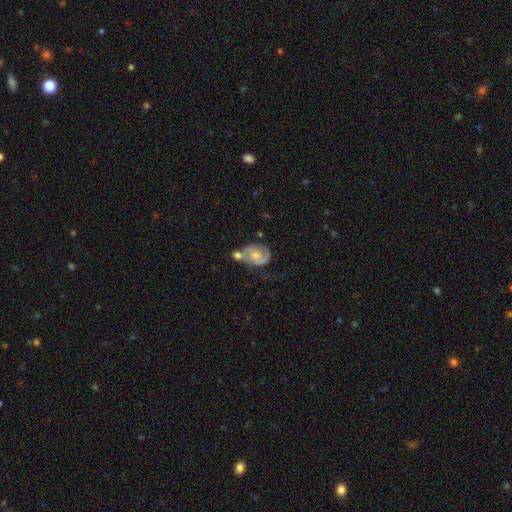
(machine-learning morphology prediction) Smooth or featured?
  - featured or disk: 67% *
  - smooth: 26%
  - star or artifact: 7%
Edge-on disk?
  - no: 97% *
  - yes: 3%
Bar?
  - no: 70% *
  - weak: 26%
  - strong: 4%
Spiral arms?
  - yes: 89% *
  - no: 11%
Spiral winding?
  - medium: 43% *
  - tight: 41%
  - loose: 16%
Spiral arm count?
  - 2: 69% *
  - 1: 16%
  - can't tell: 10%
  - 3: 3%
  - 4: 1%
  - more than 4: 1%
Bulge size?
  - small: 48% *
  - moderate: 40%
  - none: 7%
  - large: 3%
  - dominant: 1%
Merging?
  - none: 35% *
  - merger: 34%
  - minor disturbance: 19%
  - major disturbance: 11%